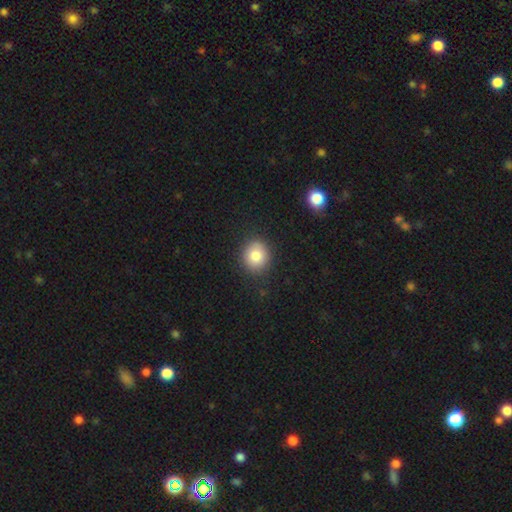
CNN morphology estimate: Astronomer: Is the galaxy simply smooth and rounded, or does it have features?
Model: smooth — 83%.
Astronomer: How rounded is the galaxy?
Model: round — 81%.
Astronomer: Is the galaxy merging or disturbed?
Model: none — 88%.